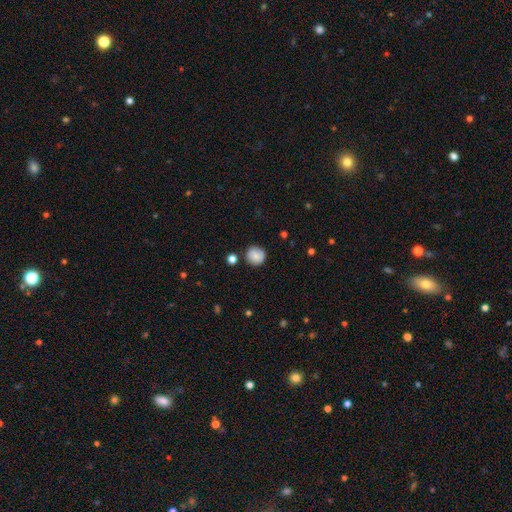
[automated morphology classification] This appears to be a smooth galaxy with no disk features (81%) that is round (92%). Merging: none (82%).